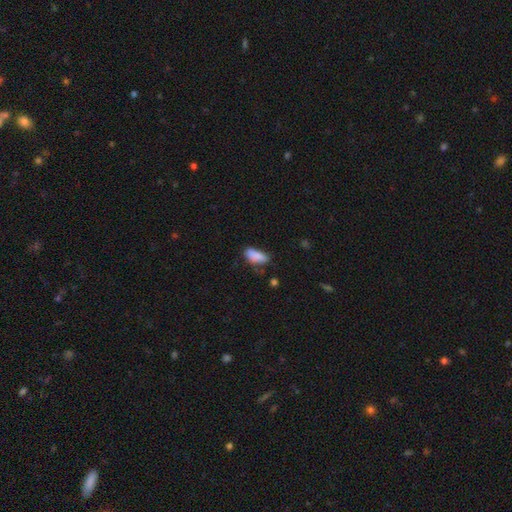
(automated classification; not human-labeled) smooth 86%, star or artifact 8%, featured or disk 6%. Down the decision tree: how rounded — in between (86%); merging — none (54%).